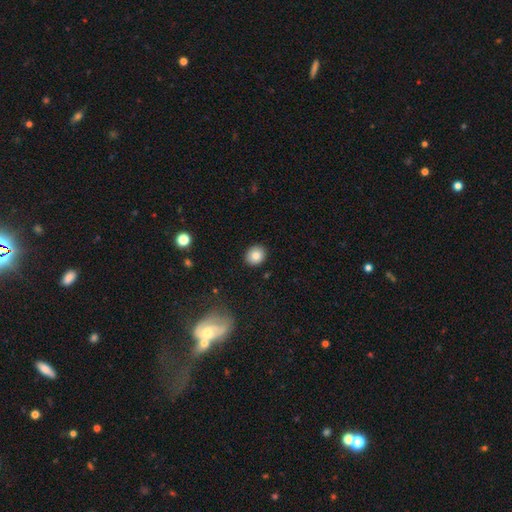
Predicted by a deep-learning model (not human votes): Smooth or featured? smooth (83%)
How rounded? round (75%)
Merging? none (90%)